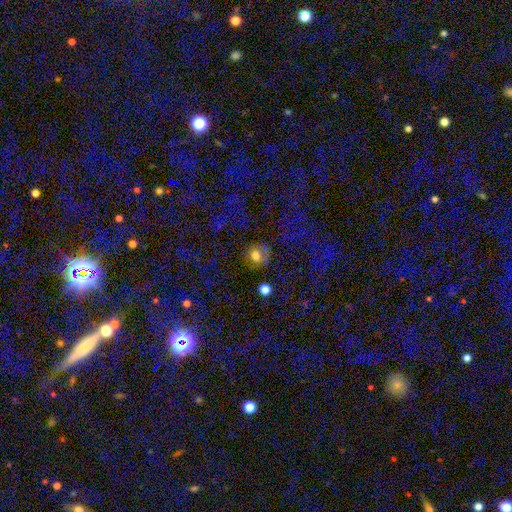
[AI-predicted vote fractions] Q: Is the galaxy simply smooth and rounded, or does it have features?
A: smooth — 64%.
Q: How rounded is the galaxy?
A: round — 77%.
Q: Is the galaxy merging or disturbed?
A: none — 70%.